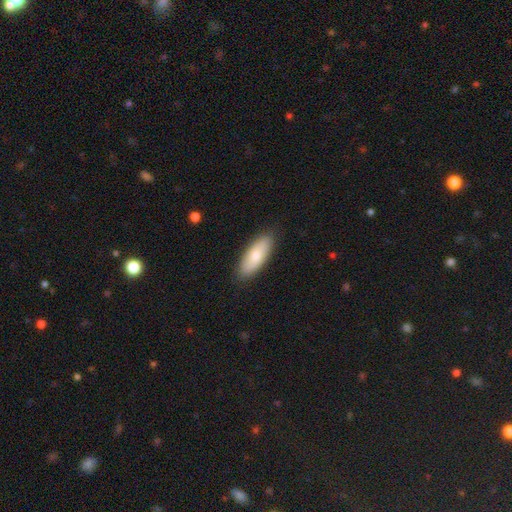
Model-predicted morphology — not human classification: A smooth galaxy with no disk features (78%) that is in between round and cigar-shaped (73%).

Vote fractions:
- Smooth or featured? smooth: 78% / featured or disk: 16% / star or artifact: 5%
- How rounded? in between: 73% / cigar-shaped: 25% / round: 2%
- Merging? none: 88% / minor disturbance: 9% / major disturbance: 2% / merger: 1%